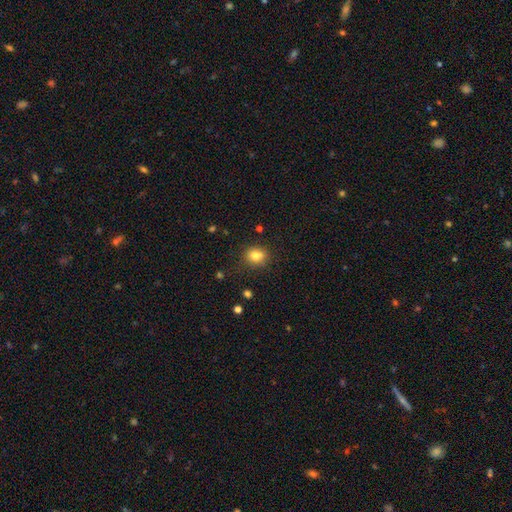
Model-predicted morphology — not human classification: Overall: smooth (79%). How rounded: round (67%; in between 32%). Merging: none (72%).